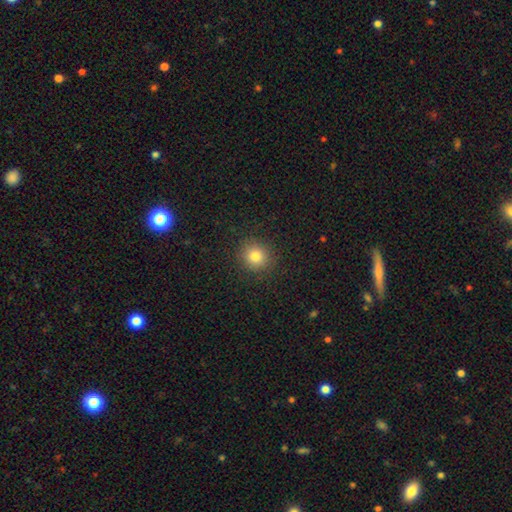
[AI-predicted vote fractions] Overall: smooth (82%). How rounded: round (89%). Merging: none (90%).